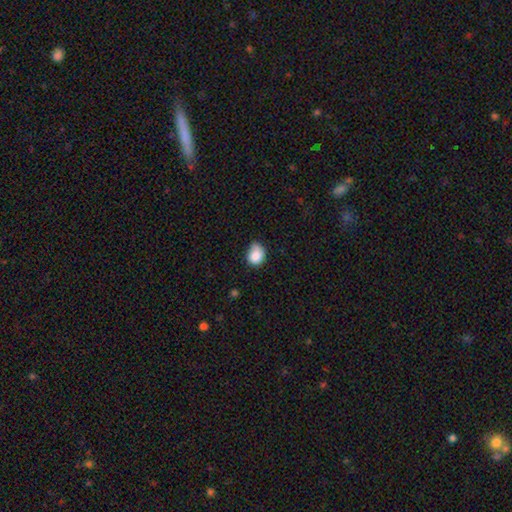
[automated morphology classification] Smooth or featured? Predicted: smooth (p=0.86). How rounded? Predicted: round (p=0.51). Merging? Predicted: minor disturbance (p=0.44).